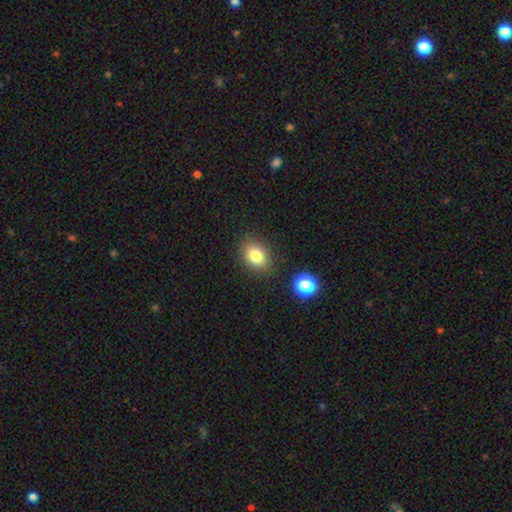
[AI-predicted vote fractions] Smooth or featured?
  - smooth: 80% *
  - star or artifact: 11%
  - featured or disk: 8%
How rounded?
  - in between: 66% *
  - round: 33%
  - cigar-shaped: 1%
Merging?
  - none: 84% *
  - minor disturbance: 10%
  - major disturbance: 3%
  - merger: 3%